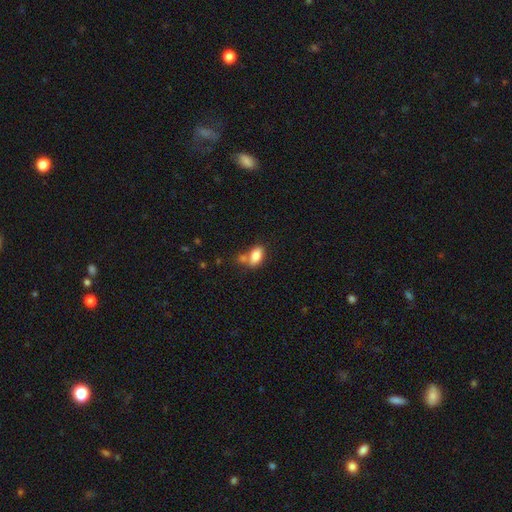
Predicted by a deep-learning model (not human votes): smooth_or_featured: smooth (p=0.82) [alt: featured or disk p=0.10]
how_rounded: in between (p=0.90) [alt: round p=0.07]
merging: none (p=0.48) [alt: merger p=0.31]